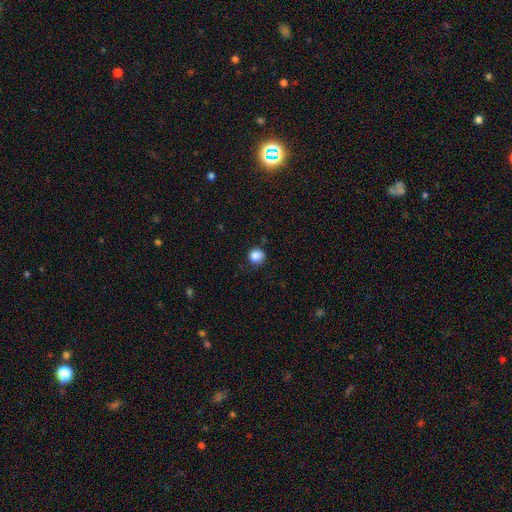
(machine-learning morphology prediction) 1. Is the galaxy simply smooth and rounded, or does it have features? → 86% smooth, 10% star or artifact, 3% featured or disk.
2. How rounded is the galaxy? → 90% round, 9% in between, 1% cigar-shaped.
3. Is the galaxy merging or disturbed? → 80% none, 15% minor disturbance, 4% major disturbance, 1% merger.